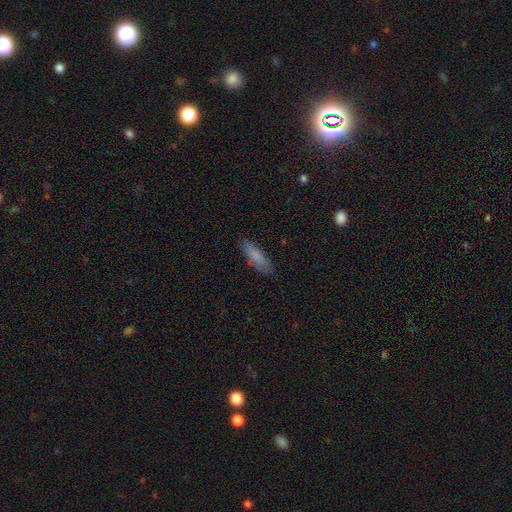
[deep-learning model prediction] Q: Smooth or featured?
A: smooth (80%); runner-up: featured or disk (14%)
Q: How rounded?
A: cigar-shaped (56%); runner-up: in between (42%)
Q: Merging?
A: none (82%); runner-up: minor disturbance (14%)